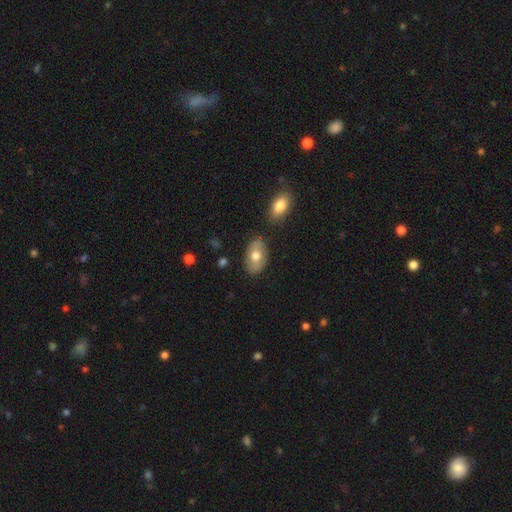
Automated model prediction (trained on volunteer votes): This appears to be a smooth galaxy with no disk features (65%) that is in between round and cigar-shaped (90%). Merging: none (79%).